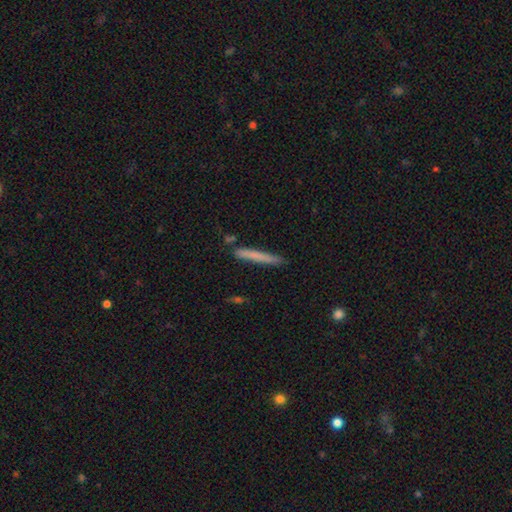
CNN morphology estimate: Overall: smooth (70%). How rounded: cigar-shaped (96%). Merging: none (82%).